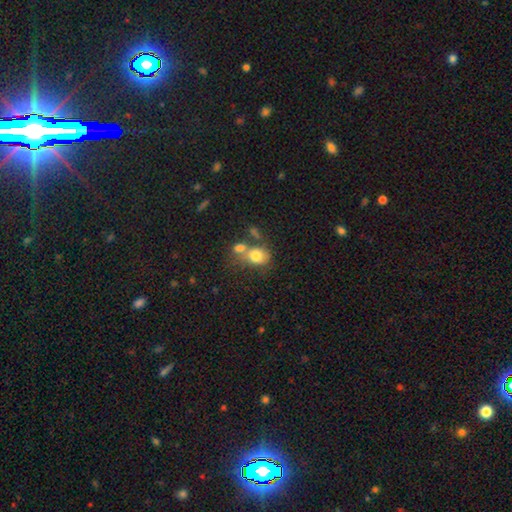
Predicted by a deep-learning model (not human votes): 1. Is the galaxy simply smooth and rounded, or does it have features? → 76% smooth, 14% featured or disk, 10% star or artifact.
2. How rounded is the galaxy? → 51% round, 48% in between, 1% cigar-shaped.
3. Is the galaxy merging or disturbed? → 42% merger, 36% none, 14% minor disturbance, 8% major disturbance.